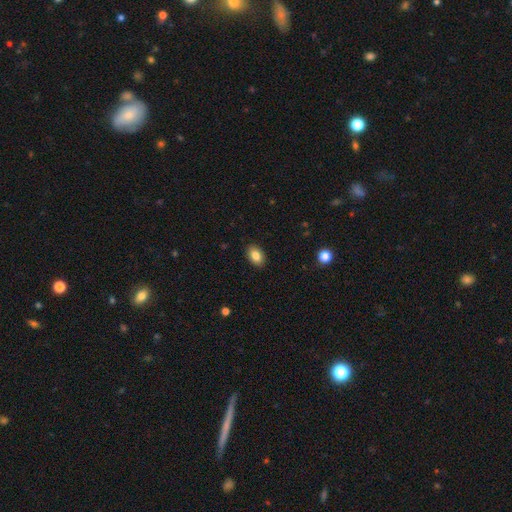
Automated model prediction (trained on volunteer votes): Morphology: type=smooth (85%); roundness=in between (85%); merging=none (89%).